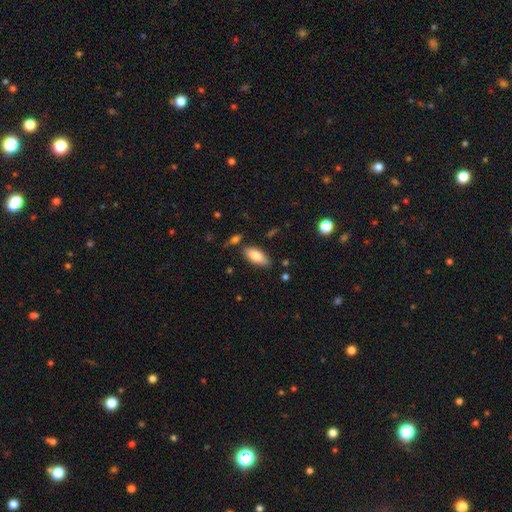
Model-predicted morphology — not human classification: Smooth or featured: smooth — 81% (featured or disk — 12%)
How rounded: in between — 85% (cigar-shaped — 13%)
Merging: none — 77% (minor disturbance — 15%)